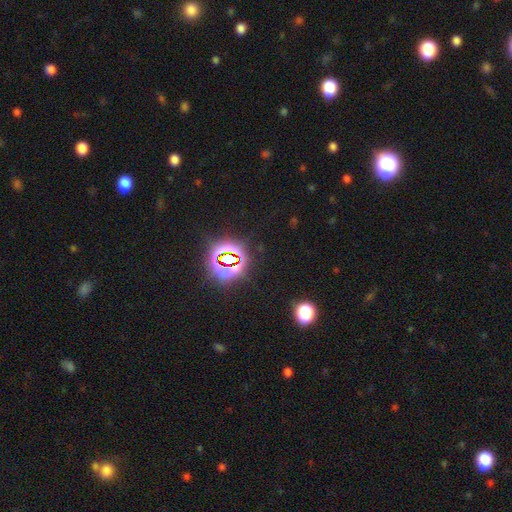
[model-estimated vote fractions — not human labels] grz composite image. It shows a star or artifact, not a galaxy (83%).